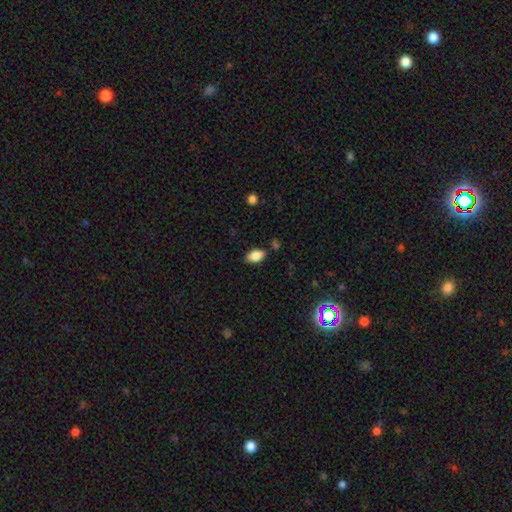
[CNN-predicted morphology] Overall: smooth (86%). How rounded: in between (93%). Merging: none (83%).